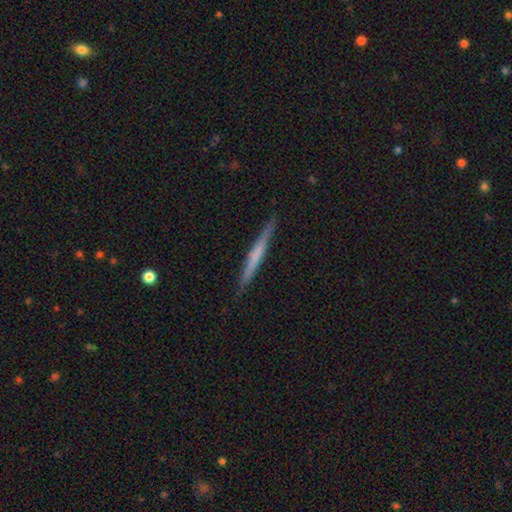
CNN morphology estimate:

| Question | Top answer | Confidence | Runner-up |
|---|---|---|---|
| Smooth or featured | featured or disk | 49% | smooth (45%) |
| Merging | none | 90% | minor disturbance (7%) |